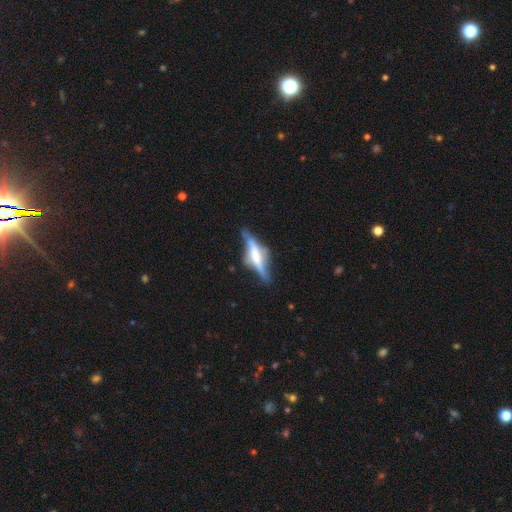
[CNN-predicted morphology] Q: Smooth or featured?
A: featured or disk (68%); runner-up: smooth (26%)
Q: Edge-on disk?
A: yes (88%); runner-up: no (12%)
Q: Edge-on bulge?
A: rounded (47%); runner-up: boxy (40%)
Q: Merging?
A: none (61%); runner-up: minor disturbance (24%)